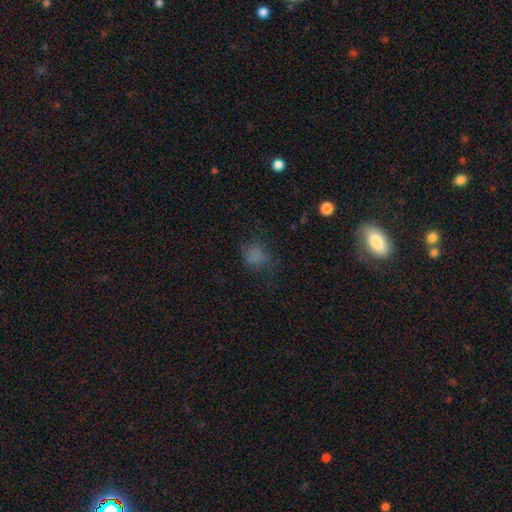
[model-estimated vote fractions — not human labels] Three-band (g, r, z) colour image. It shows a smooth galaxy with no disk features (68%) that is round (55%). Merging: none (51%).